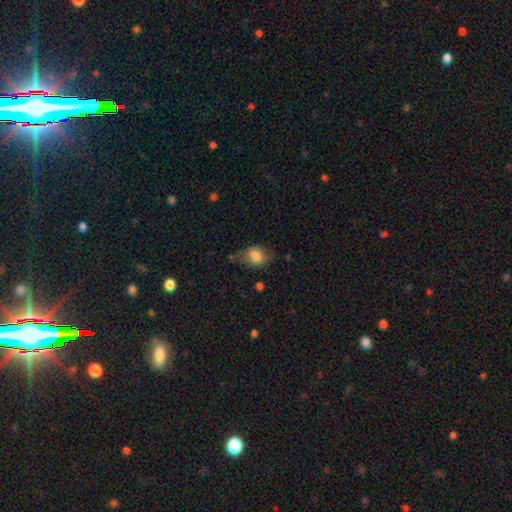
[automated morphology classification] Smooth or featured? Predicted: smooth (p=0.80). How rounded? Predicted: in between (p=0.66). Merging? Predicted: none (p=0.51).